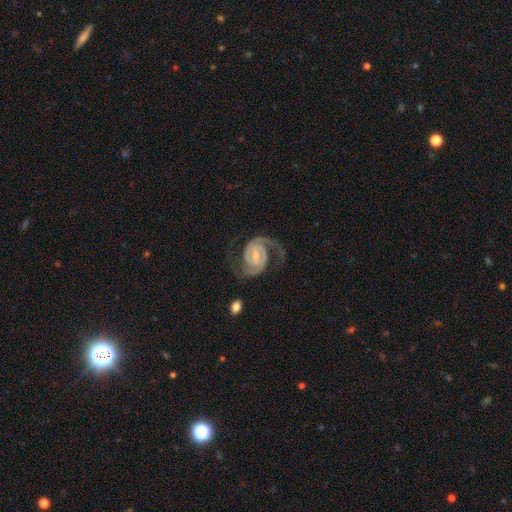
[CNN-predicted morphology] Overall: featured or disk (92%). Edge-on disk: no (98%). Bar: weak (51%; no 29%). Spiral arms: yes (98%). Spiral arm count: 2 (93%). Spiral winding: medium (49%; tight 38%). Bulge size: small (46%, tied with moderate). Merging: none (74%).